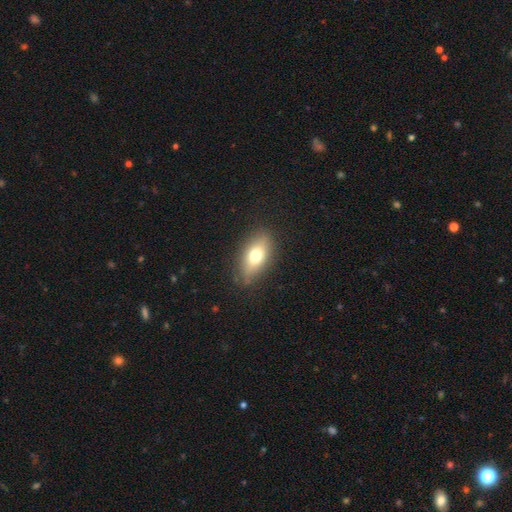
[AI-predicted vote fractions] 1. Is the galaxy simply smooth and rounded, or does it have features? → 70% smooth, 21% featured or disk, 9% star or artifact.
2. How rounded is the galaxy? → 83% in between, 9% cigar-shaped, 7% round.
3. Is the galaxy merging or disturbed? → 82% none, 13% minor disturbance, 4% major disturbance, 1% merger.